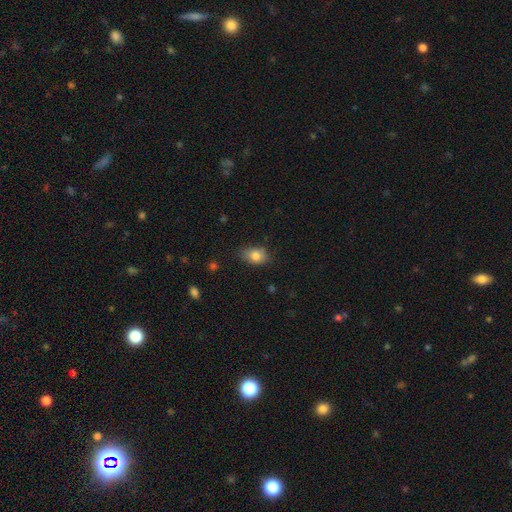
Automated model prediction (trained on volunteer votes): A smooth galaxy with no disk features (82%) that is in between round and cigar-shaped (78%).

Vote fractions:
- Smooth or featured? smooth: 82% / featured or disk: 9% / star or artifact: 9%
- How rounded? in between: 78% / round: 21% / cigar-shaped: 2%
- Merging? none: 70% / minor disturbance: 24% / major disturbance: 4% / merger: 1%